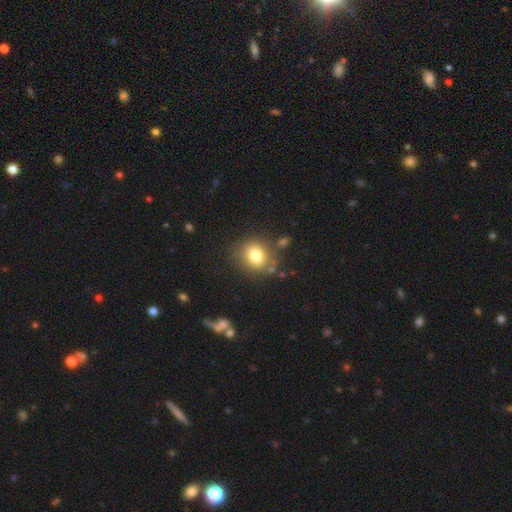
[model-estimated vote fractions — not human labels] Overall: smooth (79%). How rounded: round (70%). Merging: none (76%).